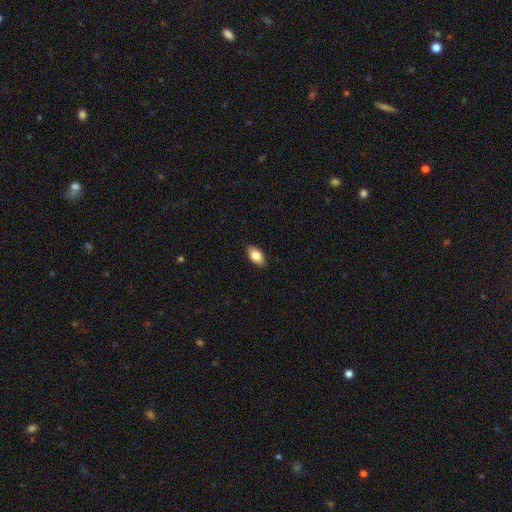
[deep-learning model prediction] Overall: smooth (83%). How rounded: in between (92%). Merging: none (89%).